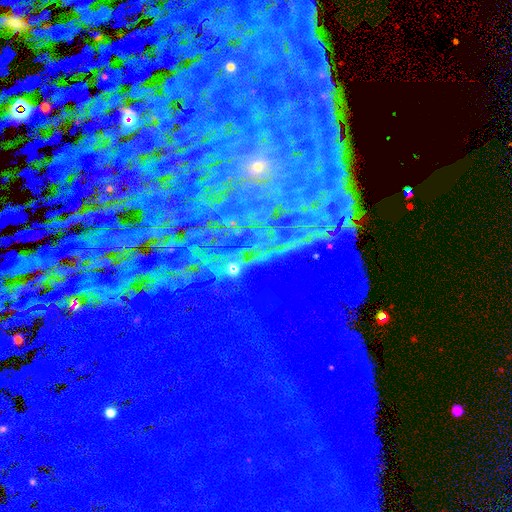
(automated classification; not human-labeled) This is likely a star or artifact rather than a galaxy (79%).